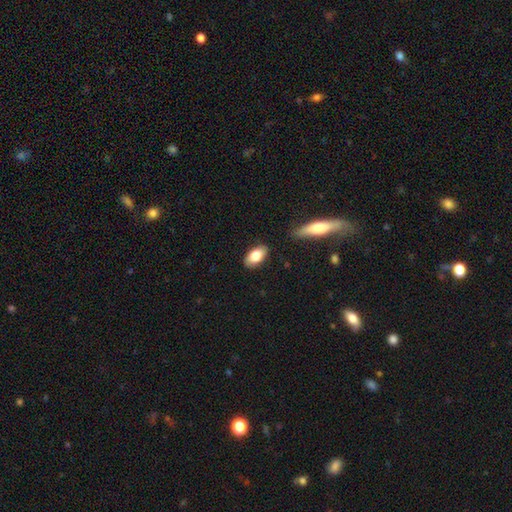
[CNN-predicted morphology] A smooth galaxy with no disk features (80%) that is in between round and cigar-shaped (92%).

Vote fractions:
- Smooth or featured? smooth: 80% / featured or disk: 14% / star or artifact: 7%
- How rounded? in between: 92% / cigar-shaped: 4% / round: 4%
- Merging? none: 84% / minor disturbance: 12% / major disturbance: 2% / merger: 2%